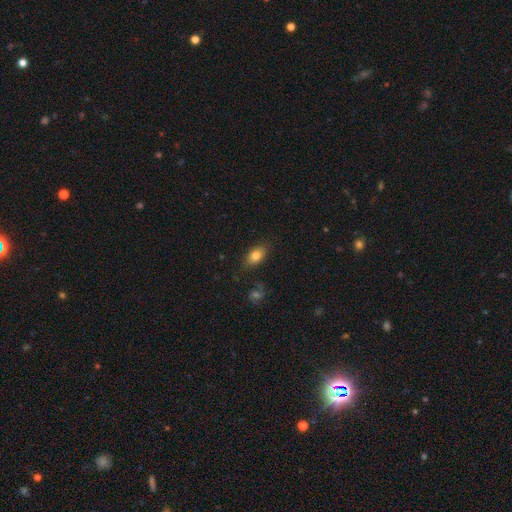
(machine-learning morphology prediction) A smooth galaxy with no disk features (80%) that is in between round and cigar-shaped (86%). Merging: none (82%).